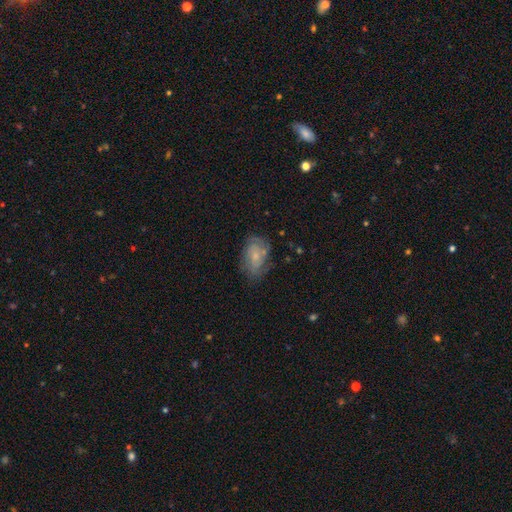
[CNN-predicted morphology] A featured or disk galaxy (49%). Merging: none (63%).